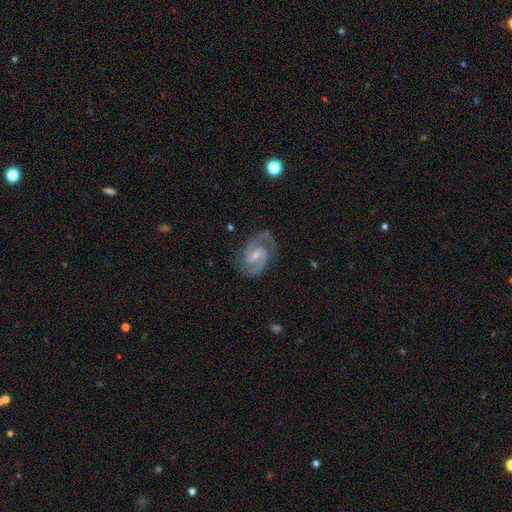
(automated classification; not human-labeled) A featured or disk galaxy (91%) with a weak bar (58%), 2 (92%) medium (59%) spiral arms (98%) and a small central bulge (57%). Merging: none (76%).